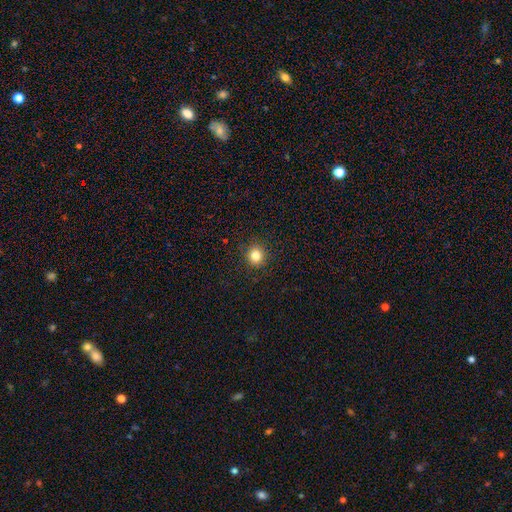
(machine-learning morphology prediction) type=smooth (82%); roundness=round (89%); merging=none (91%).